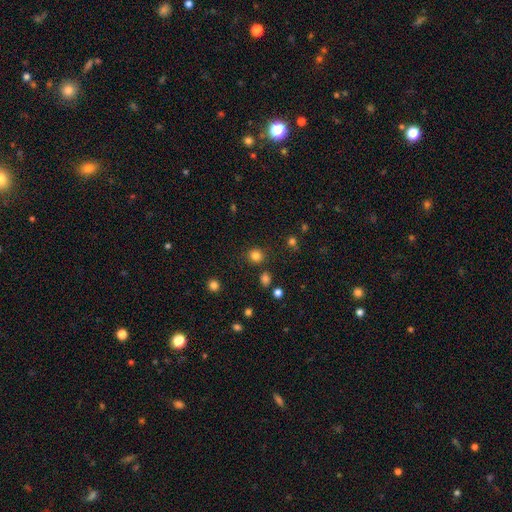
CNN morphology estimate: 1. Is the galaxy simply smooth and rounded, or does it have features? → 82% smooth, 14% star or artifact, 4% featured or disk.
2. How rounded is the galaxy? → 85% round, 14% in between, 1% cigar-shaped.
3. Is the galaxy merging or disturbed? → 85% none, 8% minor disturbance, 3% merger, 3% major disturbance.